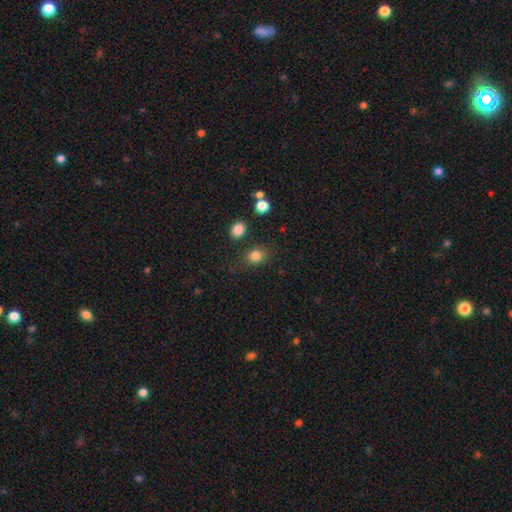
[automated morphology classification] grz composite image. It shows a smooth galaxy with no disk features (82%) that is round (57%). Merging: none (78%).